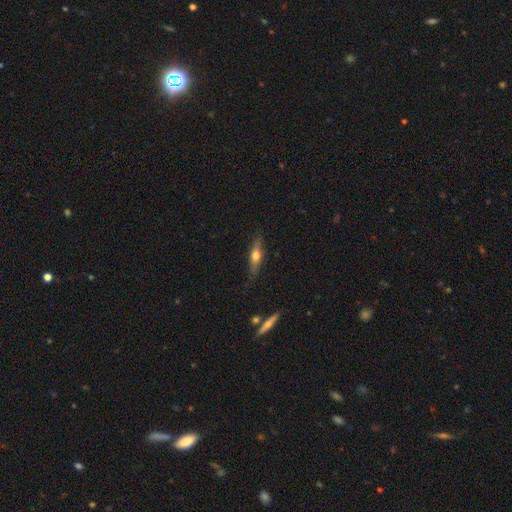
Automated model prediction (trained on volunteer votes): A featured or disk galaxy (48%).

Vote fractions:
- Smooth or featured? featured or disk: 48% / smooth: 46% / star or artifact: 7%
- Merging? none: 82% / minor disturbance: 13% / major disturbance: 3% / merger: 2%